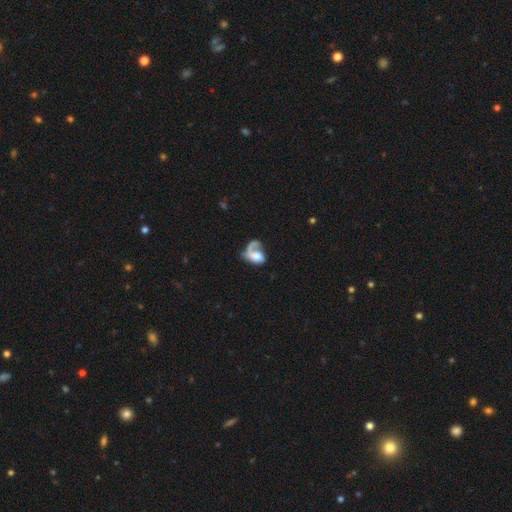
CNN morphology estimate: A featured or disk galaxy (53%) with no bar (74%), spiral arms (71%) and a moderate central bulge (32%). Merging: major disturbance (40%).